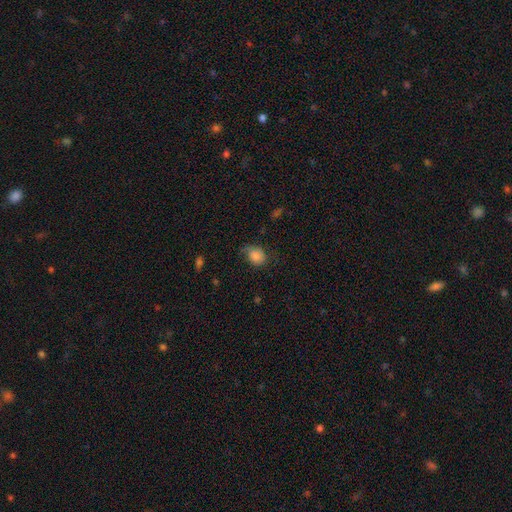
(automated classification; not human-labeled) A smooth galaxy with no disk features (78%) that is in between round and cigar-shaped (59%).

Vote fractions:
- Smooth or featured? smooth: 78% / featured or disk: 13% / star or artifact: 9%
- How rounded? in between: 59% / round: 40% / cigar-shaped: 1%
- Merging? none: 55% / minor disturbance: 31% / major disturbance: 13% / merger: 2%